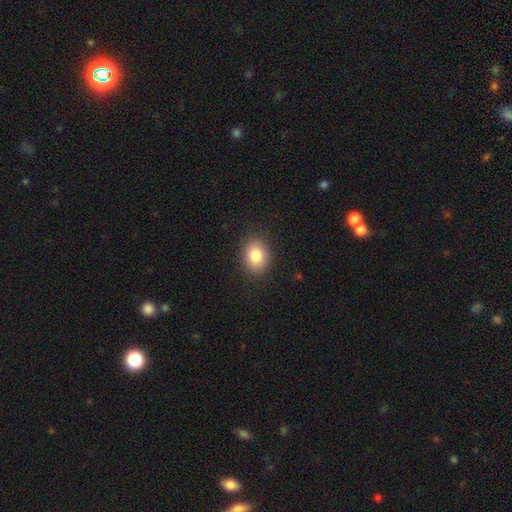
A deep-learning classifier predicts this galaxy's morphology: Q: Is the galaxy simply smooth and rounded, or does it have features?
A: smooth — 84%.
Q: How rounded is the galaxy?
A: in between — 55%.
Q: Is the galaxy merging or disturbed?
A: none — 88%.